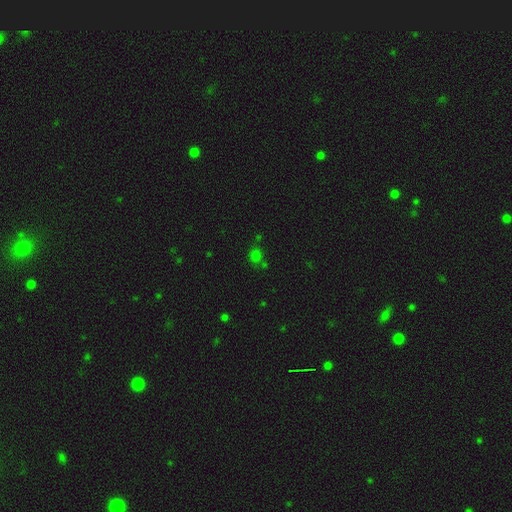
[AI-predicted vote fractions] This is likely a smooth galaxy (64%). How rounded: likely round (79%). Merging: likely none (72%).